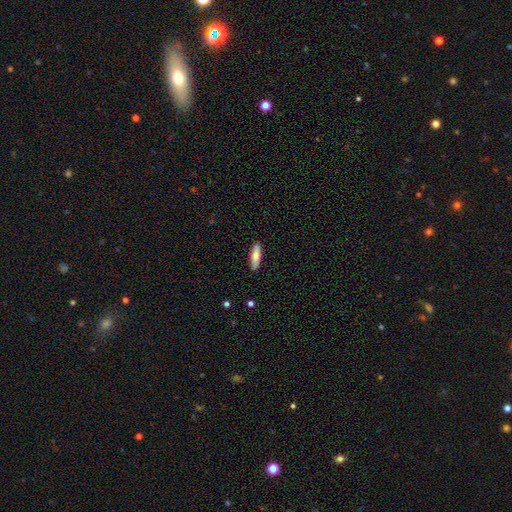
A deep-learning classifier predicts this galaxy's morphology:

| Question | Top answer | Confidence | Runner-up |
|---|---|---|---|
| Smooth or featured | smooth | 77% | featured or disk (17%) |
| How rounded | cigar-shaped | 59% | in between (40%) |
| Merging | none | 90% | minor disturbance (8%) |